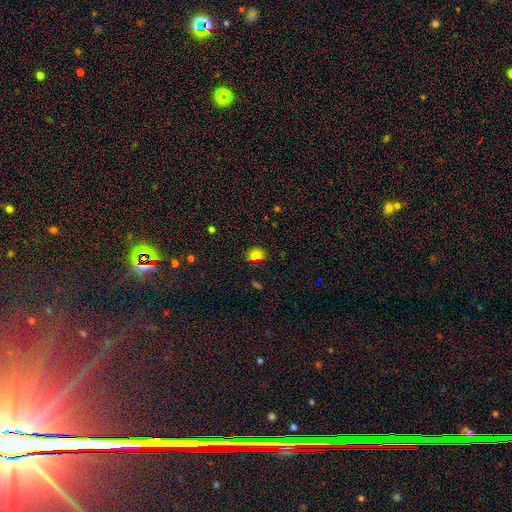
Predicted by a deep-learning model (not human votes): Smooth or featured: smooth — 80% (star or artifact — 14%)
How rounded: in between — 58% (round — 40%)
Merging: none — 74% (minor disturbance — 18%)